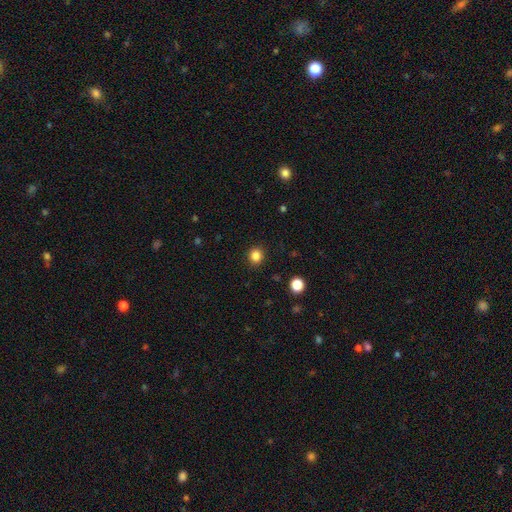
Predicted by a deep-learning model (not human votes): A smooth galaxy with no disk features (84%) that is round (87%). Merging: none (91%).